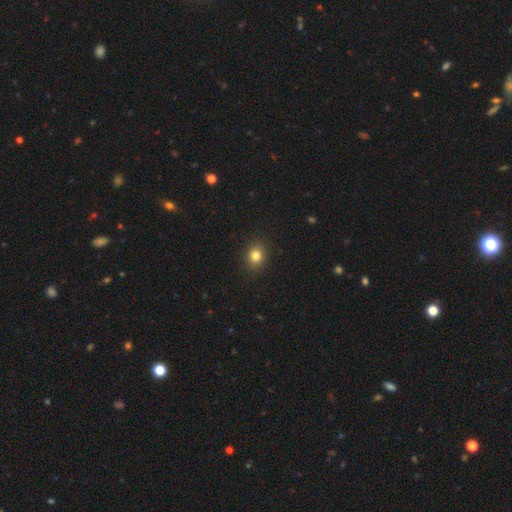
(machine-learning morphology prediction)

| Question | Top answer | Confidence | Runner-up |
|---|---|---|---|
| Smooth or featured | smooth | 81% | star or artifact (12%) |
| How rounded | round | 72% | in between (27%) |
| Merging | none | 90% | minor disturbance (7%) |